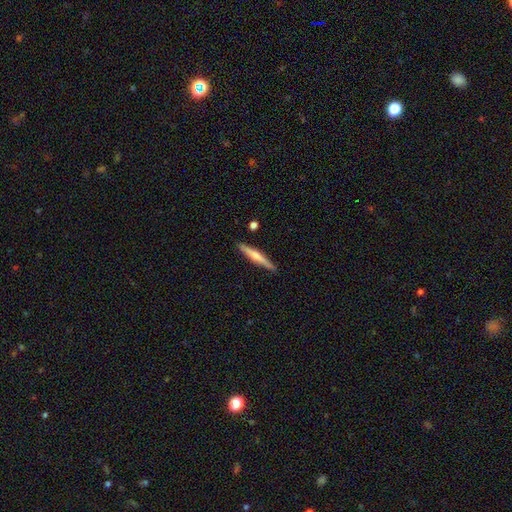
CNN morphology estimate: This is possibly a smooth galaxy (49%). Merging: clearly none (88%).